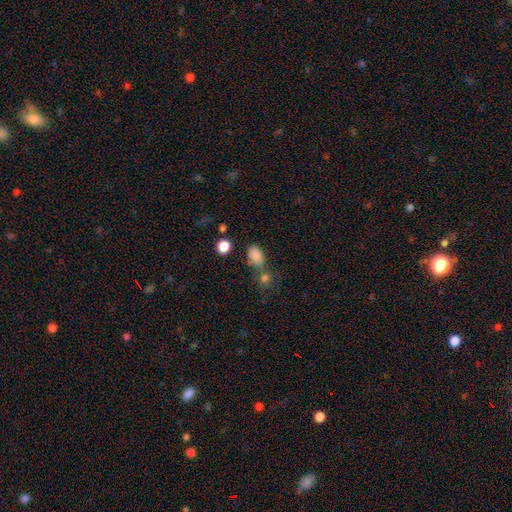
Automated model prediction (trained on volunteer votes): smooth_or_featured: smooth (p=0.83) [alt: star or artifact p=0.12]
how_rounded: in between (p=0.84) [alt: round p=0.14]
merging: none (p=0.56) [alt: merger p=0.19]